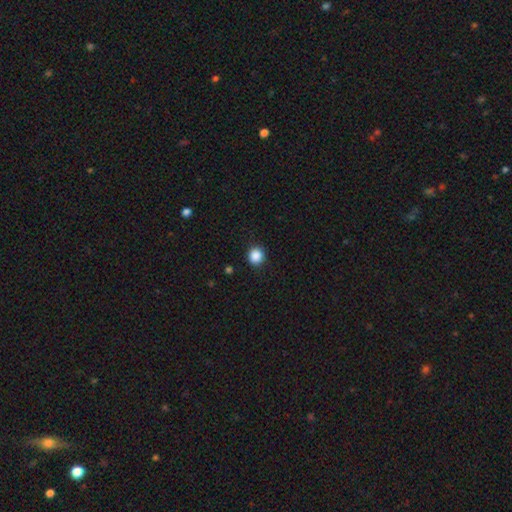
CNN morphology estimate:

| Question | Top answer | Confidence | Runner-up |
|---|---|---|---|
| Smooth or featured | smooth | 87% | star or artifact (10%) |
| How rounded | round | 91% | in between (8%) |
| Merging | none | 90% | minor disturbance (7%) |